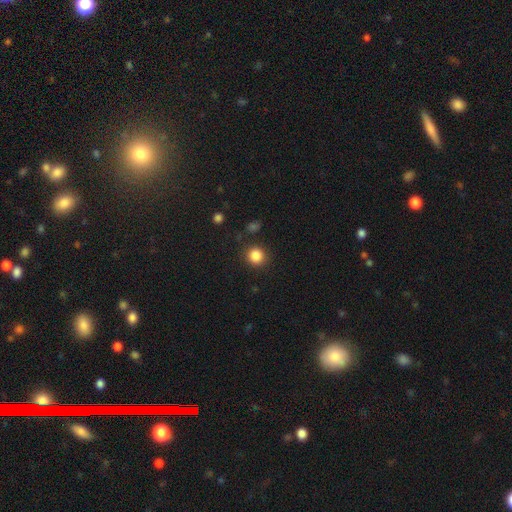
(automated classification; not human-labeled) smooth-or-featured: smooth: 86% | star or artifact: 11% | featured or disk: 4%
  how-rounded: round: 91% | in between: 9% | cigar-shaped: 1%
  merging: none: 87% | minor disturbance: 8% | major disturbance: 3% | merger: 2%